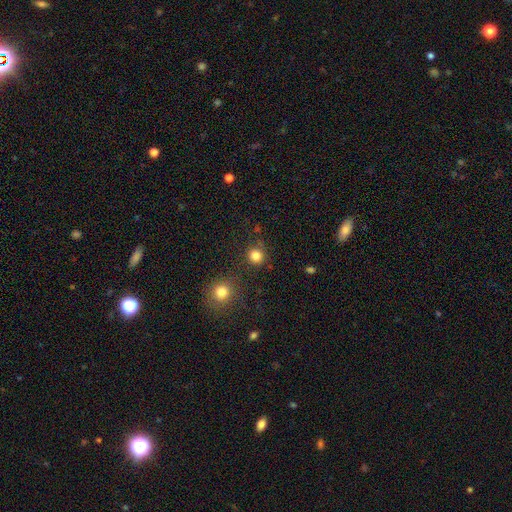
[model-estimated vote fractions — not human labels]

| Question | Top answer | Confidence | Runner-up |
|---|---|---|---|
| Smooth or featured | smooth | 83% | star or artifact (13%) |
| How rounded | round | 92% | in between (7%) |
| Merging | none | 83% | minor disturbance (9%) |